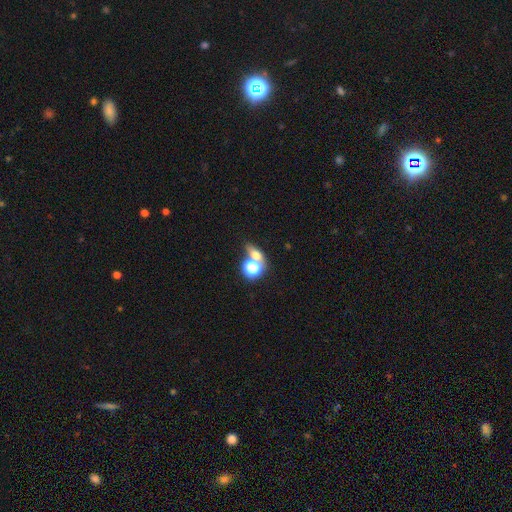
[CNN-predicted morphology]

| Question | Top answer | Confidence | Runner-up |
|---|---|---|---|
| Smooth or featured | smooth | 58% | star or artifact (26%) |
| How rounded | in between | 51% | round (42%) |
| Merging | none | 48% | merger (37%) |